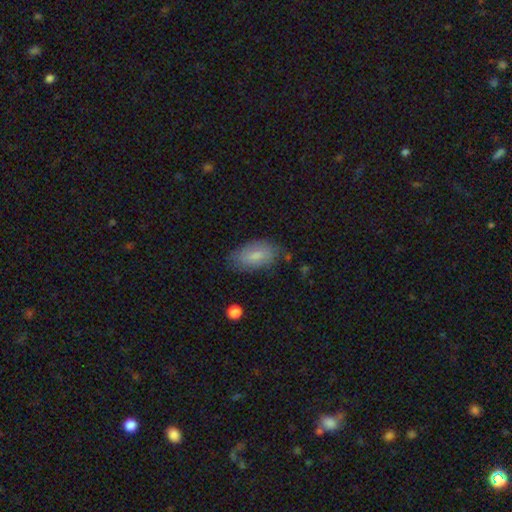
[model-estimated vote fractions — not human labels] smooth 77%, featured or disk 16%, star or artifact 7%. Down the decision tree: how rounded — in between (93%); merging — none (73%).